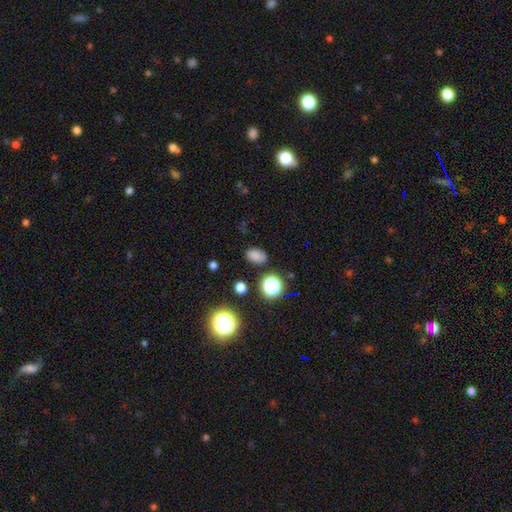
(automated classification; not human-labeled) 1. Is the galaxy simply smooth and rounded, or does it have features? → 78% smooth, 17% star or artifact, 5% featured or disk.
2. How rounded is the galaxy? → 79% in between, 20% round, 1% cigar-shaped.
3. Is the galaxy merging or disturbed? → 81% none, 13% minor disturbance, 4% major disturbance, 3% merger.